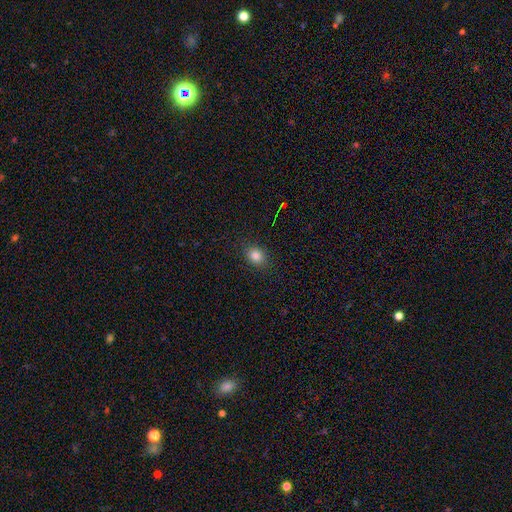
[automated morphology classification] smooth-or-featured: smooth: 82% | star or artifact: 12% | featured or disk: 6%
  how-rounded: in between: 50% | round: 49% | cigar-shaped: 1%
  merging: none: 88% | minor disturbance: 9% | major disturbance: 2% | merger: 1%